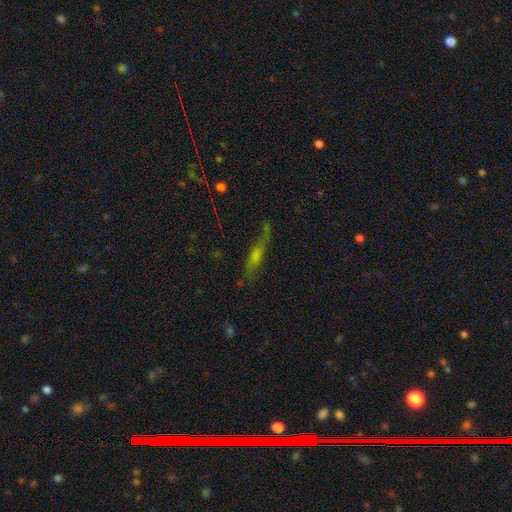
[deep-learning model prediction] A featured or disk galaxy (41%).

Vote fractions:
- Smooth or featured? featured or disk: 41% / smooth: 39% / star or artifact: 21%
- Merging? none: 64% / minor disturbance: 20% / major disturbance: 11% / merger: 5%